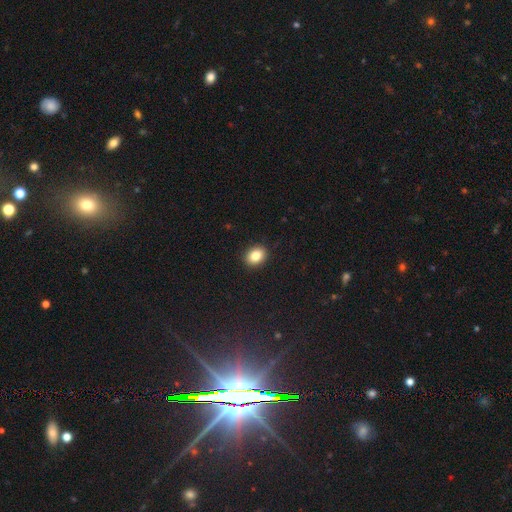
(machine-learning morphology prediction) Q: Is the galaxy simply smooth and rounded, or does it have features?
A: smooth — 85%.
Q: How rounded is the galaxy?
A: in between — 58%.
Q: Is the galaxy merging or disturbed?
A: none — 91%.